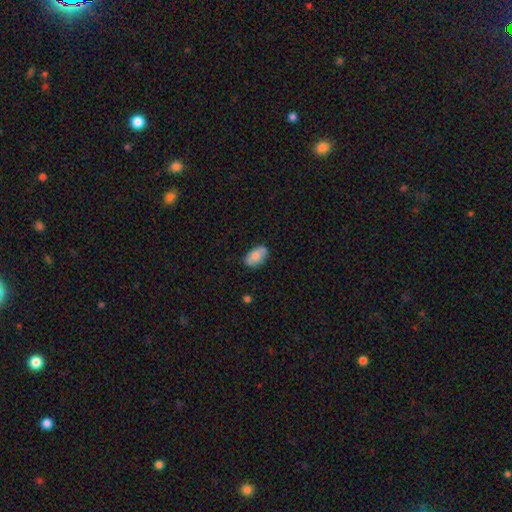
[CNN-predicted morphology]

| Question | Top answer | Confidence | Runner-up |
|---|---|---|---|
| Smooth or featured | smooth | 76% | featured or disk (16%) |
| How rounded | in between | 92% | round (6%) |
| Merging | none | 68% | minor disturbance (23%) |